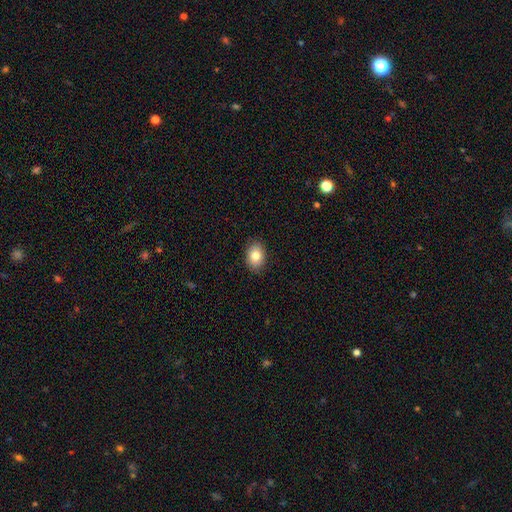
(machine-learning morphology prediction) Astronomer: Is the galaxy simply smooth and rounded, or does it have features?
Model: smooth — 83%.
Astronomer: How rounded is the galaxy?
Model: in between — 75%.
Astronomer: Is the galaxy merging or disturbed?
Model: none — 89%.